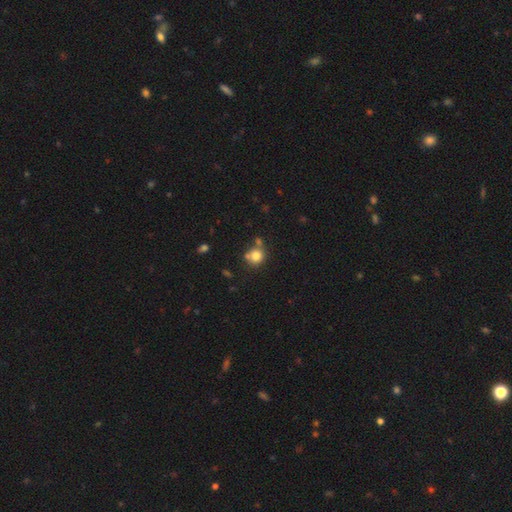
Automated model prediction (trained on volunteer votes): Smooth or featured: smooth — 79% (star or artifact — 12%)
How rounded: round — 85% (in between — 14%)
Merging: none — 62% (merger — 19%)